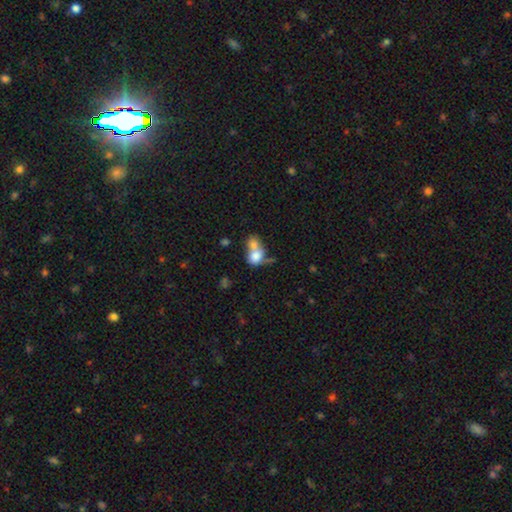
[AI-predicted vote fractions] smooth_or_featured: smooth (p=0.74) [alt: featured or disk p=0.17]
how_rounded: in between (p=0.51) [alt: round p=0.47]
merging: merger (p=0.70) [alt: none p=0.17]